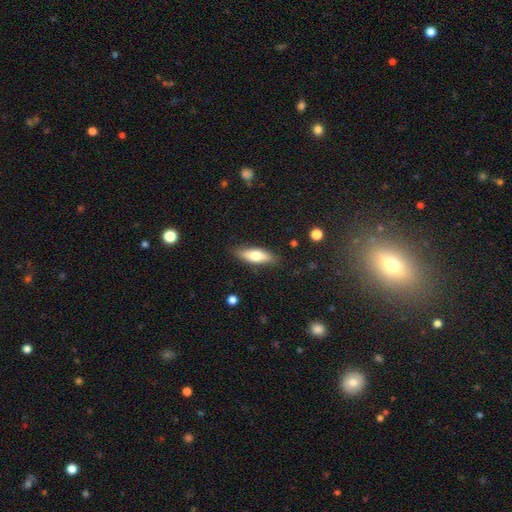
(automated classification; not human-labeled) The model was most divided on "how rounded": in between: 64%, cigar-shaped: 33%, round: 3%. More confident: merging — none (84%); smooth or featured — smooth (69%).